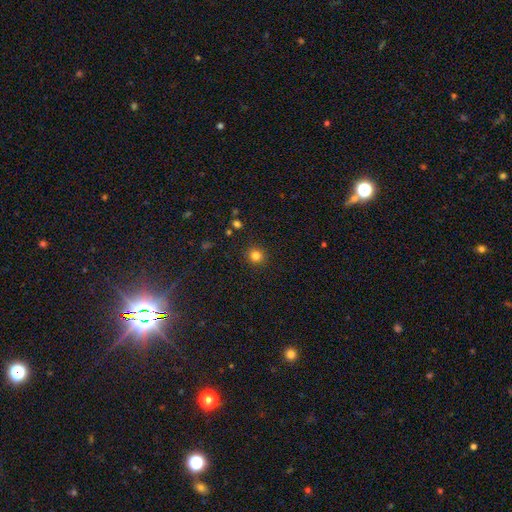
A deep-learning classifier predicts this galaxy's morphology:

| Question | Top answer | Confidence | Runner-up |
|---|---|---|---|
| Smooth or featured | smooth | 82% | star or artifact (13%) |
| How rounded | round | 93% | in between (6%) |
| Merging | none | 91% | minor disturbance (5%) |